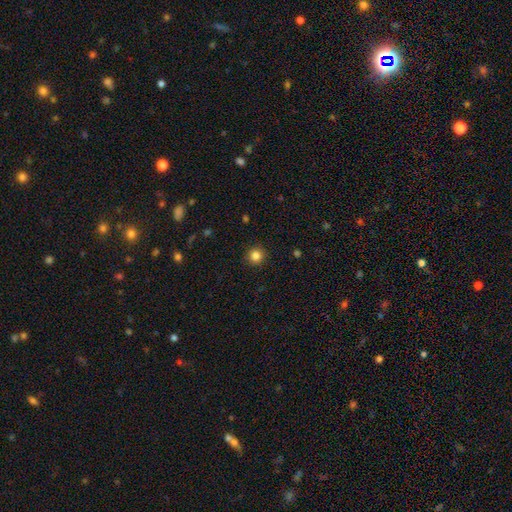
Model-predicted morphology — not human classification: smooth-or-featured: smooth: 84% | star or artifact: 12% | featured or disk: 5%
  how-rounded: round: 94% | in between: 5% | cigar-shaped: 1%
  merging: none: 92% | minor disturbance: 5% | major disturbance: 2% | merger: 1%